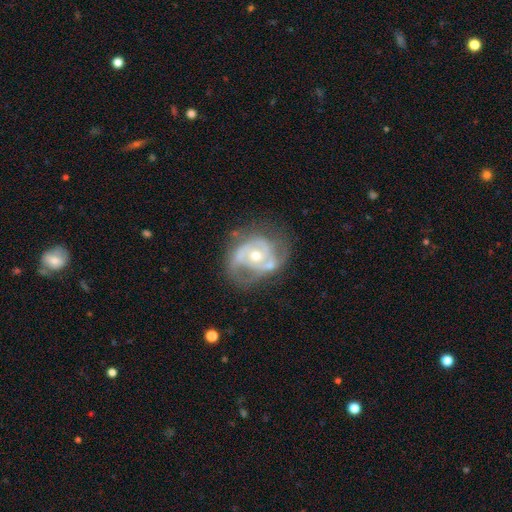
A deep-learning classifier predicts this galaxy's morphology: Overall: featured or disk (84%). Edge-on disk: no (97%). Bar: no (71%). Spiral arms: yes (88%). Spiral arm count: 2 (52%; can't tell 21%). Spiral winding: tight (45%; medium 41%). Bulge size: moderate (52%; small 44%). Merging: none (49%; minor disturbance 24%).